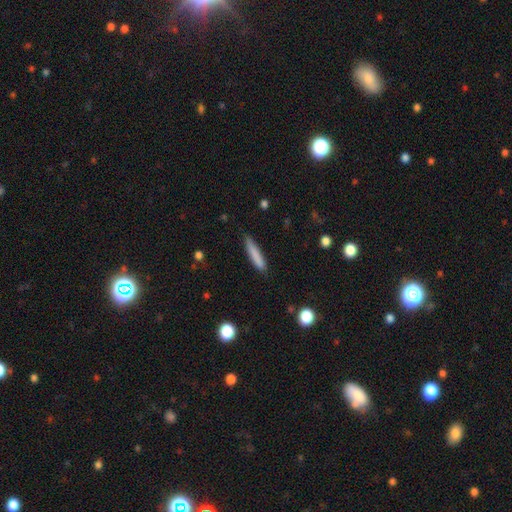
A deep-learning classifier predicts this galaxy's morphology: This appears to be a smooth galaxy with no disk features (82%) that is cigar-shaped (89%). Merging: none (83%).